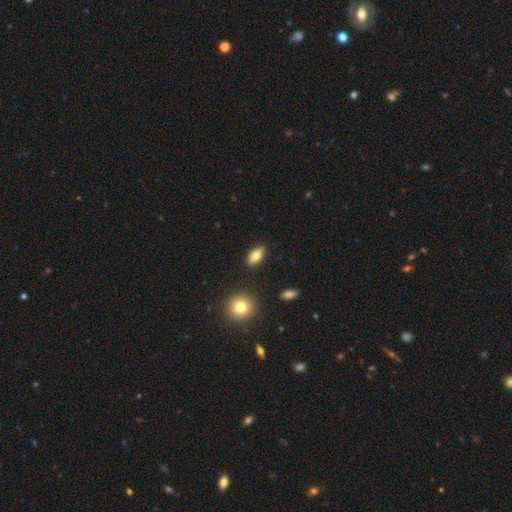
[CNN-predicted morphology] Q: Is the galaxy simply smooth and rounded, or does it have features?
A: smooth — 72%.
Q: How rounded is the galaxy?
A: in between — 83%.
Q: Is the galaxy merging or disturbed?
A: none — 87%.